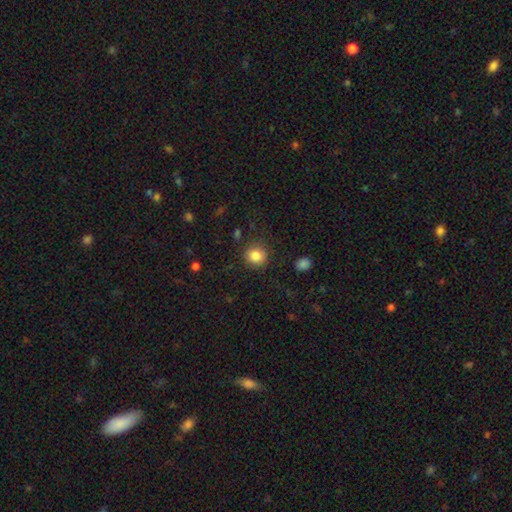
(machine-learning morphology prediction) type=smooth (84%); roundness=round (89%); merging=none (88%).